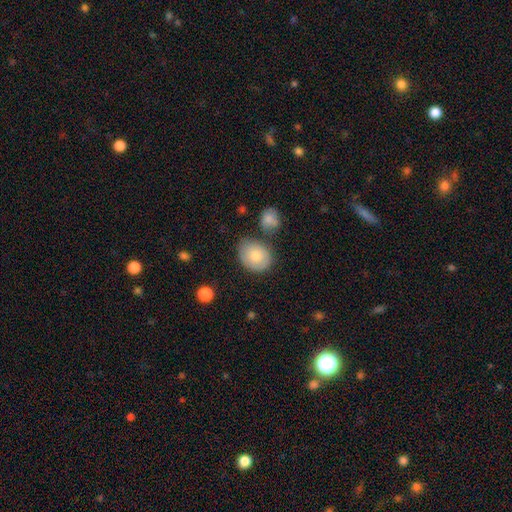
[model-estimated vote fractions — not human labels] smooth 79%, featured or disk 14%, star or artifact 7%. Down the decision tree: how rounded — round (50%); merging — none (65%).